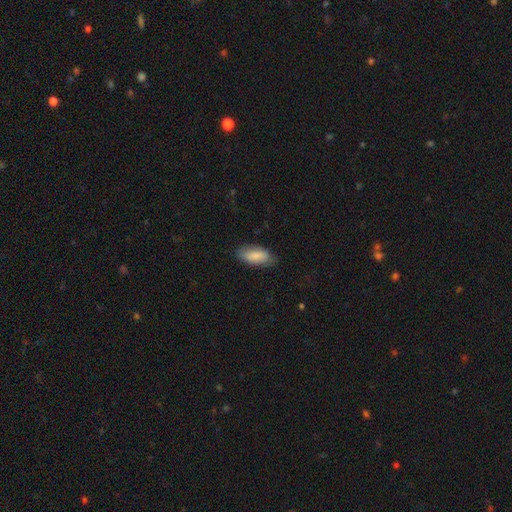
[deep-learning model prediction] Smooth or featured? Predicted: smooth (p=0.85). How rounded? Predicted: in between (p=0.88). Merging? Predicted: none (p=0.77).